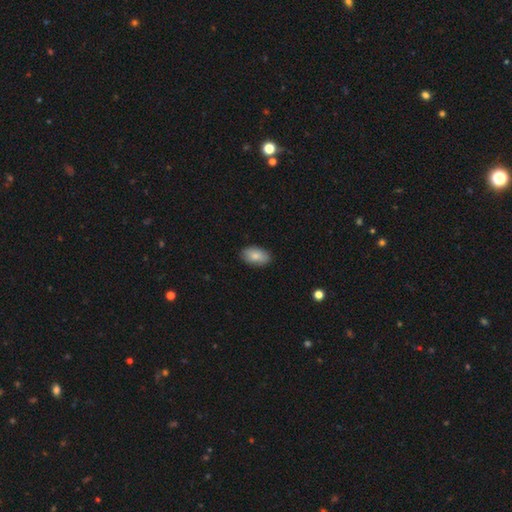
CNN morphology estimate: Smooth or featured? Predicted: smooth (p=0.85). How rounded? Predicted: in between (p=0.94). Merging? Predicted: none (p=0.88).